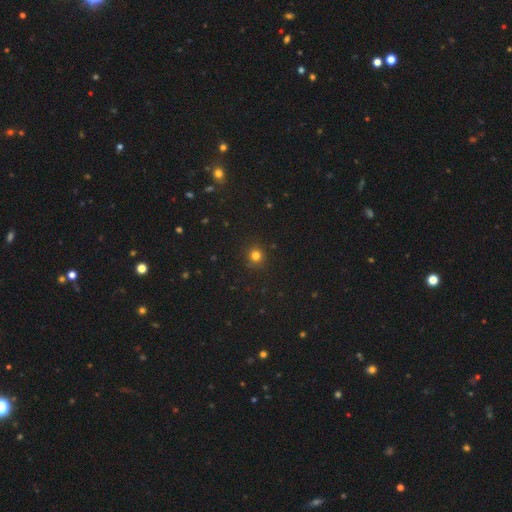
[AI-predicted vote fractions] Q: Smooth or featured?
A: smooth (79%); runner-up: star or artifact (16%)
Q: How rounded?
A: round (92%); runner-up: in between (7%)
Q: Merging?
A: none (89%); runner-up: minor disturbance (7%)